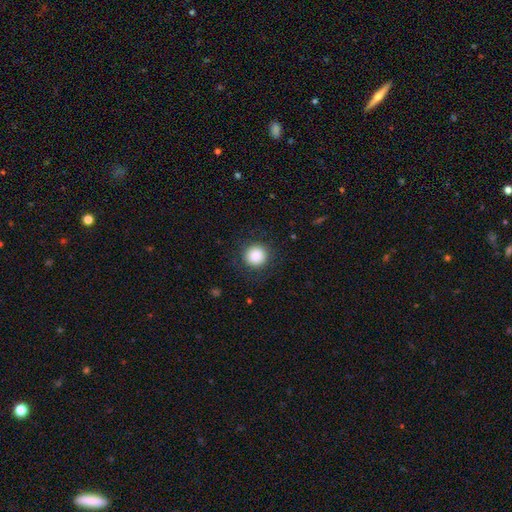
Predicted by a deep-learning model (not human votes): This is clearly a smooth galaxy (87%). How rounded: clearly round (95%). Merging: clearly none (89%).